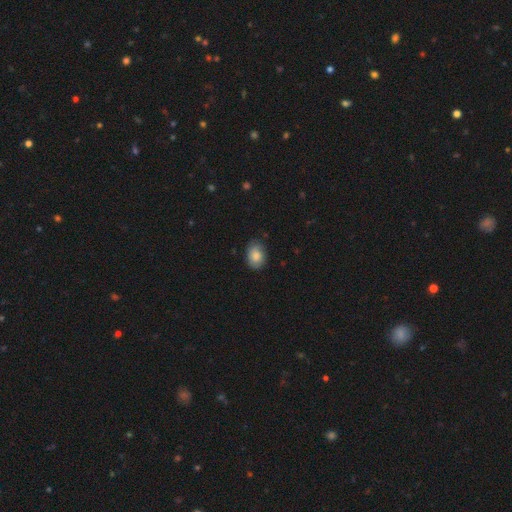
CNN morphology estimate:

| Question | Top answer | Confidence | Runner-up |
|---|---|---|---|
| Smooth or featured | smooth | 84% | featured or disk (9%) |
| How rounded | in between | 78% | round (21%) |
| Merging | none | 78% | minor disturbance (18%) |